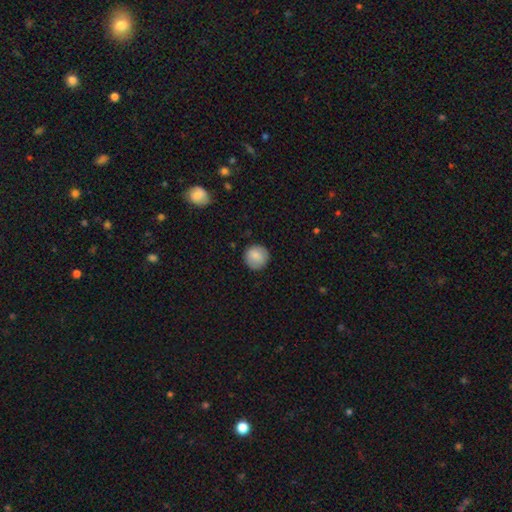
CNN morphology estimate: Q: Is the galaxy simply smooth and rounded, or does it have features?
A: smooth — 85%.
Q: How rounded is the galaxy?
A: round — 94%.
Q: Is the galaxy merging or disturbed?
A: none — 88%.